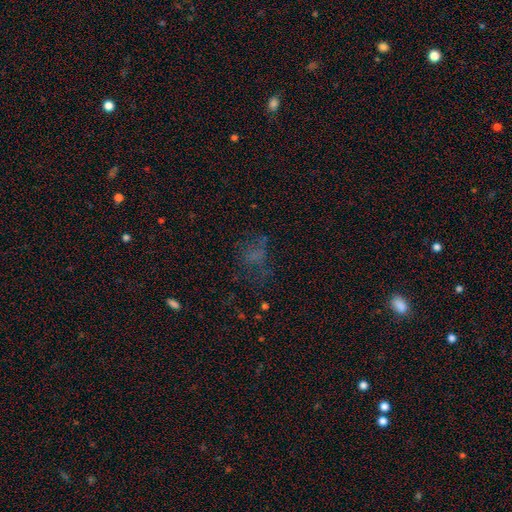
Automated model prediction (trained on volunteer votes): A smooth galaxy with no disk features (41%).

Vote fractions:
- Smooth or featured? smooth: 41% / star or artifact: 32% / featured or disk: 27%
- Merging? none: 48% / major disturbance: 30% / minor disturbance: 19% / merger: 4%